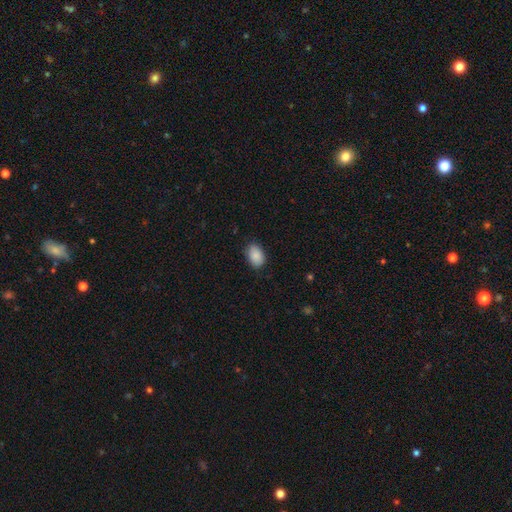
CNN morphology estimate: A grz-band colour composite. It shows a smooth galaxy with no disk features (89%) that is in between round and cigar-shaped (88%). Merging: none (83%).